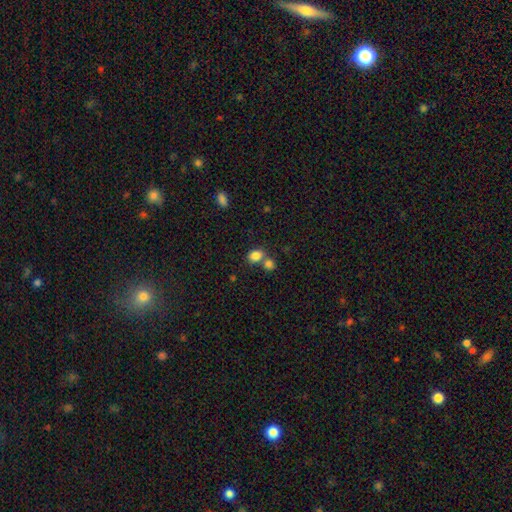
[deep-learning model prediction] This appears to be a smooth galaxy with no disk features (83%) that is in between round and cigar-shaped (59%). Merging: none (48%).